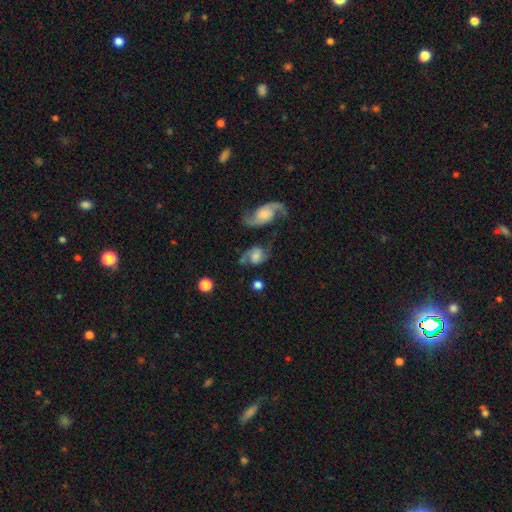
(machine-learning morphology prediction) type=featured or disk (72%); edge-on=no (96%); bar=no (56%); spiral arms=yes (93%); winding=medium (45%); arm count=2 (88%); bulge=moderate (33%); merging=none (49%).